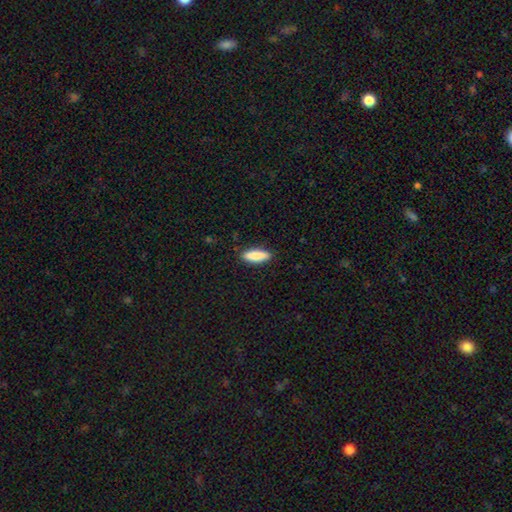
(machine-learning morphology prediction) This appears to be a smooth galaxy with no disk features (84%) that is cigar-shaped (51%). Merging: none (88%).